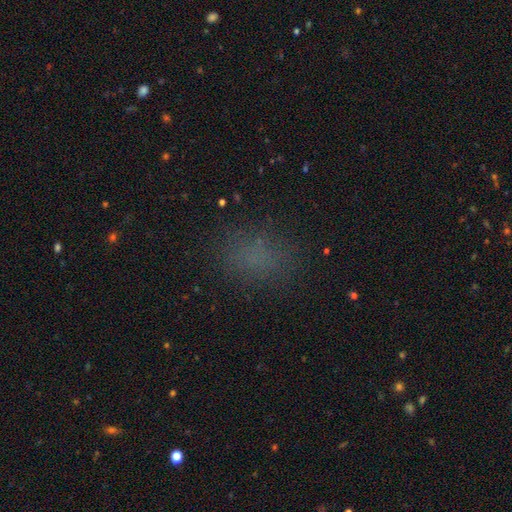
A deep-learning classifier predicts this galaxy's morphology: This is likely a smooth galaxy (71%). How rounded: likely in between (66%). Merging: clearly none (81%).